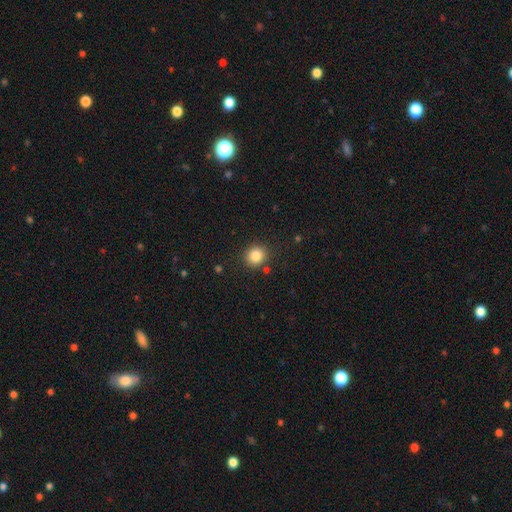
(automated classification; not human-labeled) A smooth galaxy with no disk features (84%) that is round (82%). Merging: none (86%).